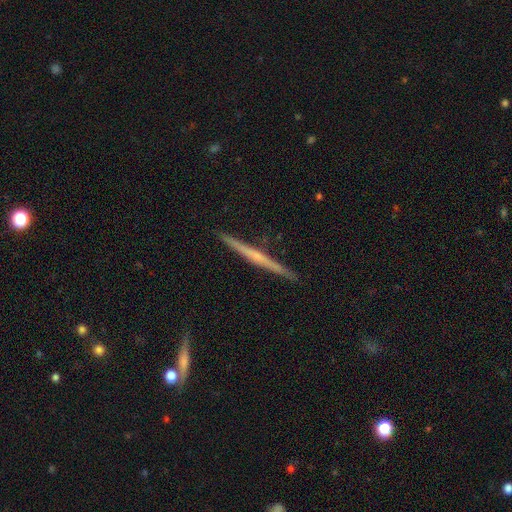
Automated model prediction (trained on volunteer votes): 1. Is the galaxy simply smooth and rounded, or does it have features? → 69% featured or disk, 25% smooth, 6% star or artifact.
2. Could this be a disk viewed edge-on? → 98% yes, 2% no.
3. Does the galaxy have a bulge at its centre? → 56% none, 35% rounded, 8% boxy.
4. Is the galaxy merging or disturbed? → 91% none, 6% minor disturbance, 1% merger, 1% major disturbance.